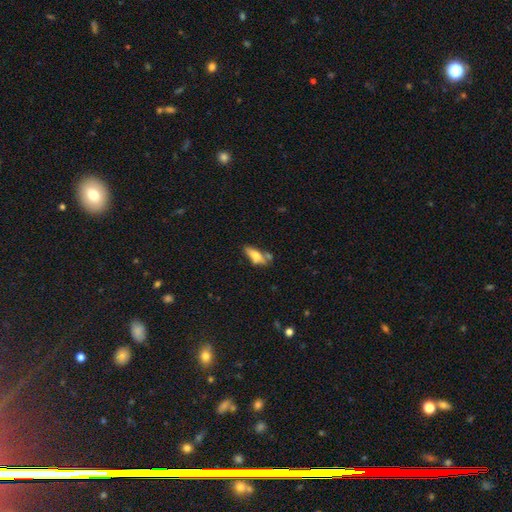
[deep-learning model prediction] This appears to be a smooth galaxy with no disk features (64%) that is in between round and cigar-shaped (63%). Merging: none (47%).